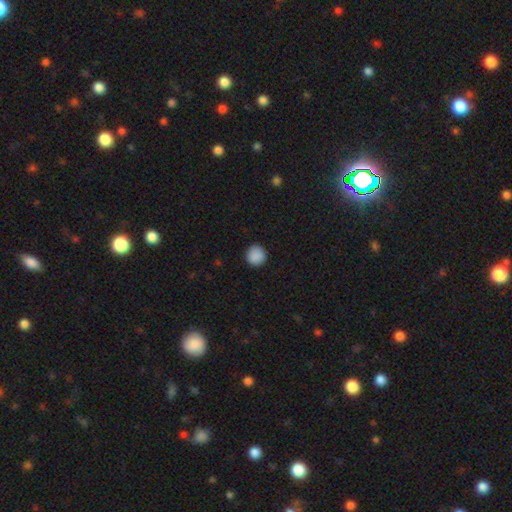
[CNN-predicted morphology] This appears to be a smooth galaxy with no disk features (89%) that is round (94%). Merging: none (92%).